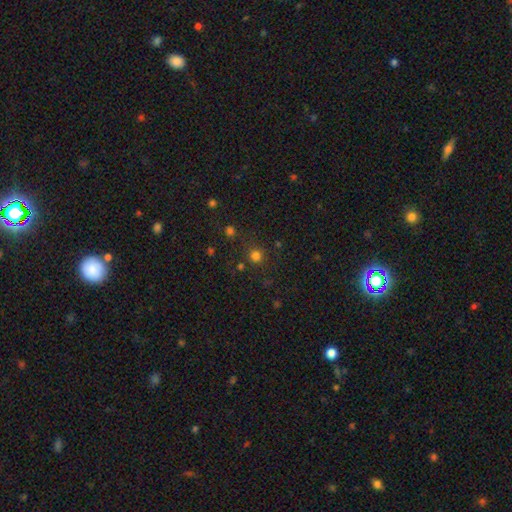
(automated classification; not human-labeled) Smooth or featured?
  - smooth: 76% *
  - star or artifact: 19%
  - featured or disk: 5%
How rounded?
  - round: 93% *
  - in between: 6%
  - cigar-shaped: 1%
Merging?
  - none: 83% *
  - minor disturbance: 9%
  - merger: 5%
  - major disturbance: 4%